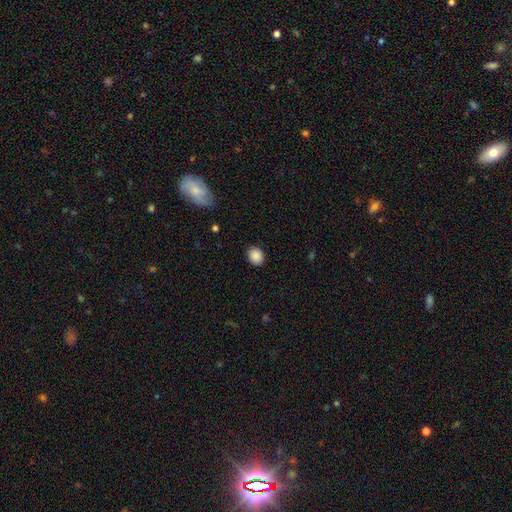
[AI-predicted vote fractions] This appears to be a smooth galaxy with no disk features (88%) that is round (68%). Merging: none (89%).